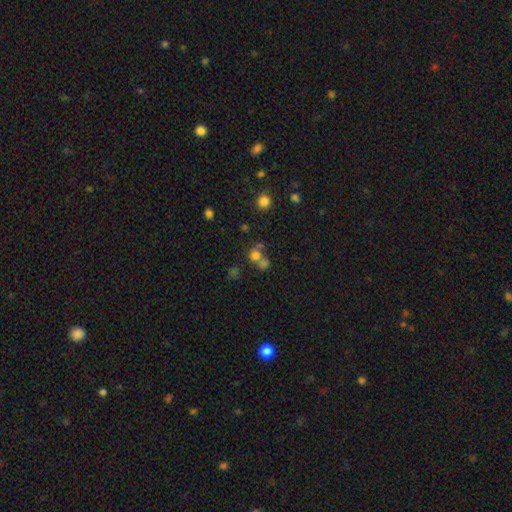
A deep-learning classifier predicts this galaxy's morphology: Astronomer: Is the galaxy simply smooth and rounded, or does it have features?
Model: smooth — 68%.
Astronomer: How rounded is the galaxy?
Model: round — 81%.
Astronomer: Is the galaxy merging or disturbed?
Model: merger — 46% (runner-up: none, 41%).